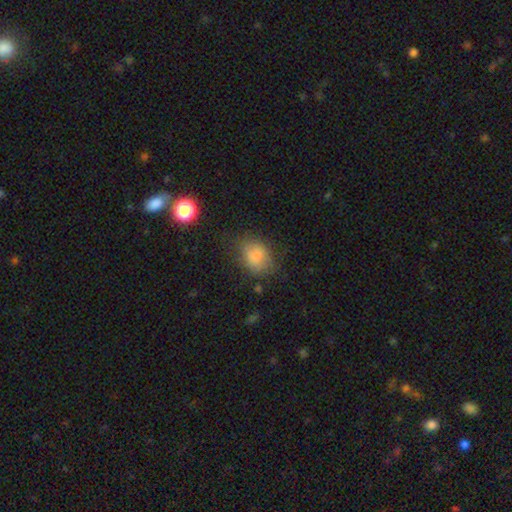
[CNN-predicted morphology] Smooth or featured: smooth — 78% (star or artifact — 12%)
How rounded: in between — 61% (round — 38%)
Merging: none — 64% (minor disturbance — 24%)